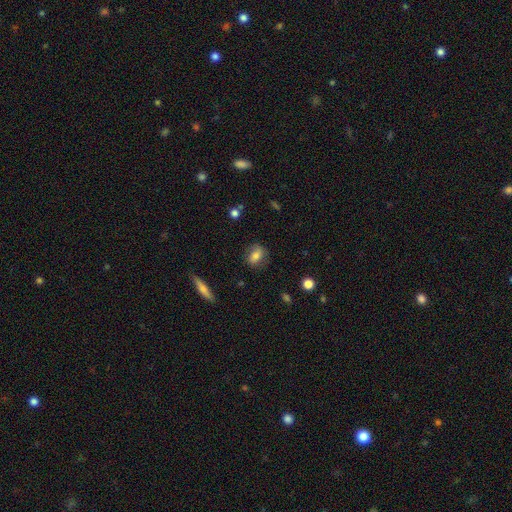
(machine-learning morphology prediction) This appears to be a smooth galaxy with no disk features (72%) that is in between round and cigar-shaped (67%). Merging: none (77%).